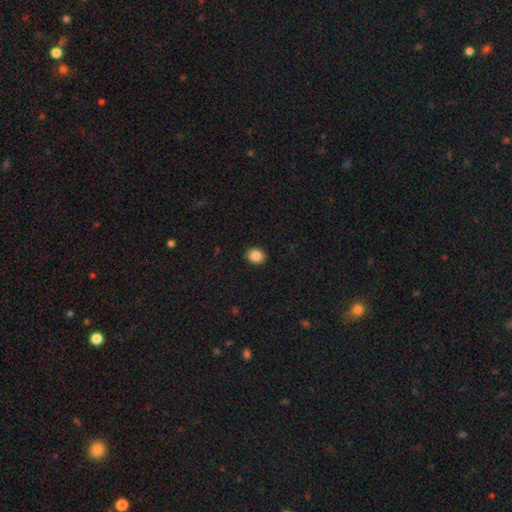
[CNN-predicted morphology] Q: Smooth or featured?
A: smooth (86%); runner-up: star or artifact (9%)
Q: How rounded?
A: round (58%); runner-up: in between (42%)
Q: Merging?
A: none (91%); runner-up: minor disturbance (6%)